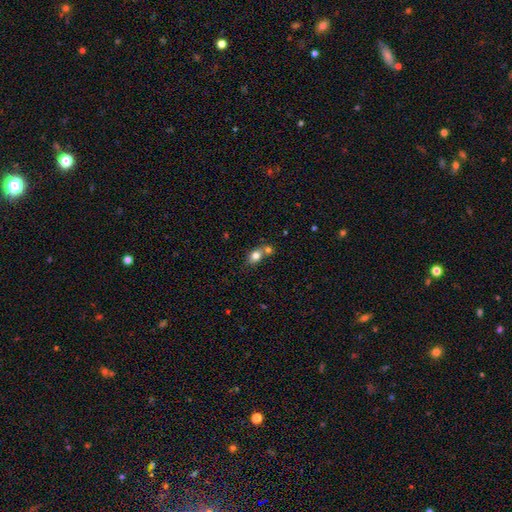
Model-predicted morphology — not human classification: type=smooth (78%); roundness=in between (55%); merging=none (43%).